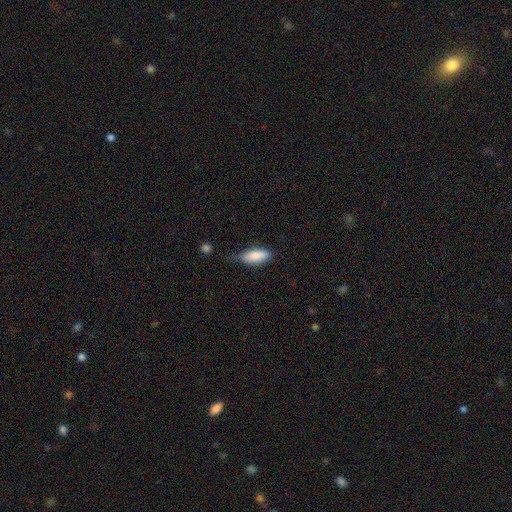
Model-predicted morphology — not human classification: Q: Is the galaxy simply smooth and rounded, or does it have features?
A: smooth — 85%.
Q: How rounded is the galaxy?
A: in between — 75%.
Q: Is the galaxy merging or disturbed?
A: none — 47%.